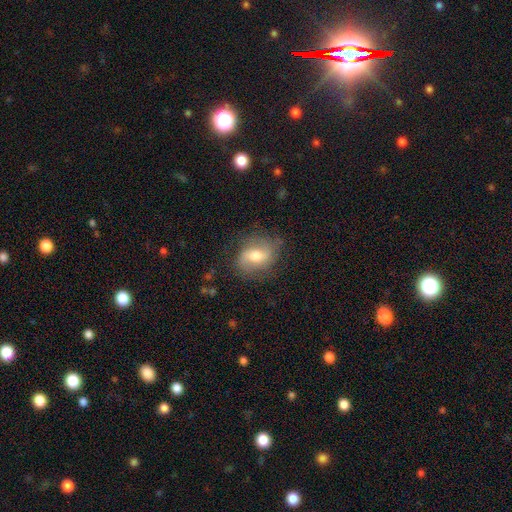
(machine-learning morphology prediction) featured or disk 53%, smooth 39%, star or artifact 8%. Down the decision tree: edge-on disk — no (93%); merging — none (72%).